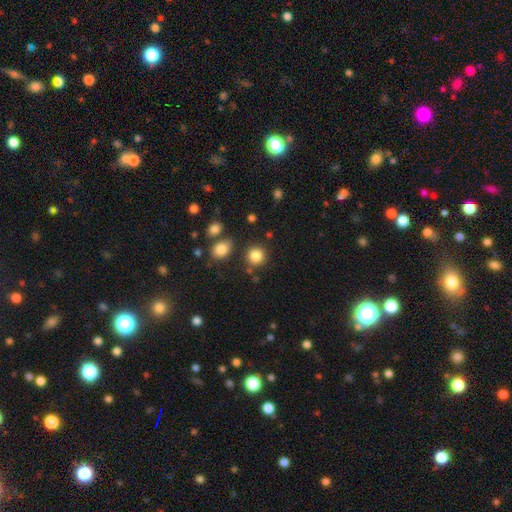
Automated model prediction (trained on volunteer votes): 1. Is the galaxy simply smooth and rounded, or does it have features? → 85% smooth, 10% star or artifact, 5% featured or disk.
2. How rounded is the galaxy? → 89% round, 10% in between, 1% cigar-shaped.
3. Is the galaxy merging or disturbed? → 82% none, 9% minor disturbance, 6% merger, 3% major disturbance.